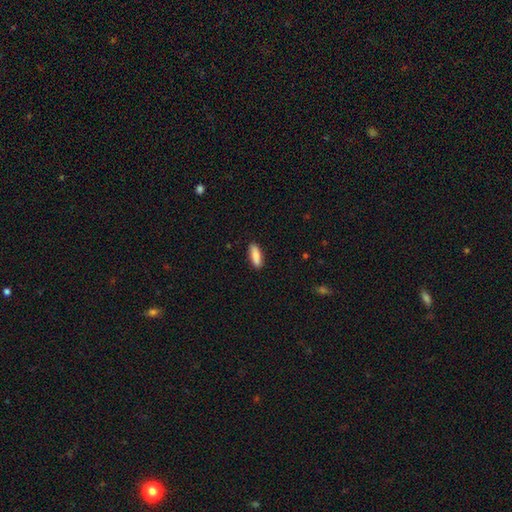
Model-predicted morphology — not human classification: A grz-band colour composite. It shows a smooth galaxy with no disk features (86%) that is in between round and cigar-shaped (57%). Merging: none (88%).